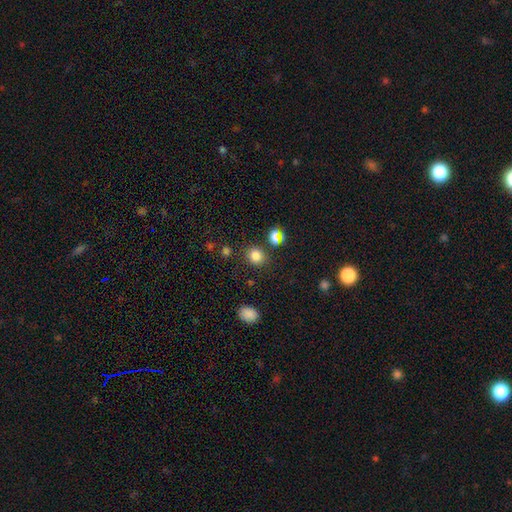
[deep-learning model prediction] A smooth galaxy with no disk features (78%) that is round (74%).

Vote fractions:
- Smooth or featured? smooth: 78% / star or artifact: 17% / featured or disk: 5%
- How rounded? round: 74% / in between: 25% / cigar-shaped: 1%
- Merging? none: 81% / minor disturbance: 9% / merger: 6% / major disturbance: 4%